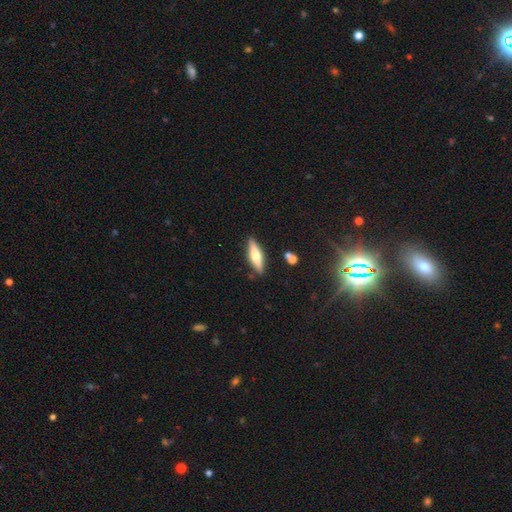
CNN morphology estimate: Smooth or featured? Predicted: featured or disk (p=0.50). Edge-on disk? Predicted: yes (p=0.93). Merging? Predicted: none (p=0.86).